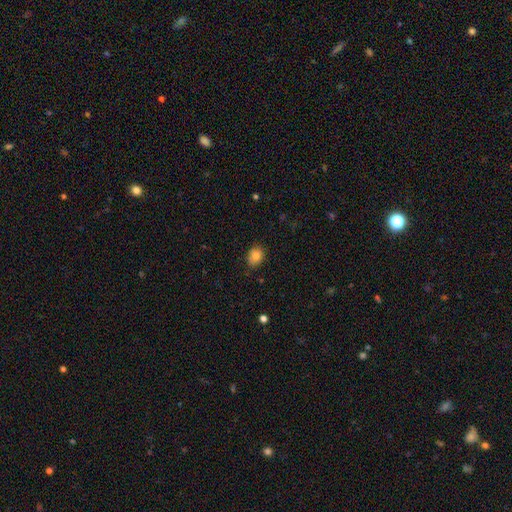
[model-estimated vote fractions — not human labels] Smooth or featured? Predicted: smooth (p=0.83). How rounded? Predicted: in between (p=0.50). Merging? Predicted: none (p=0.82).